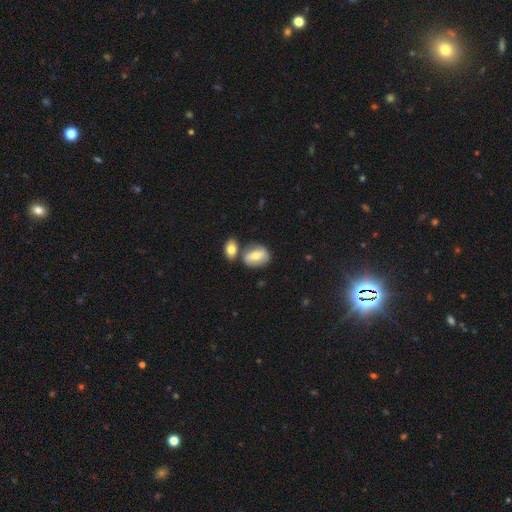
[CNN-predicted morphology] This is likely a smooth galaxy (64%). How rounded: likely in between (74%). Merging: possibly none (56%).